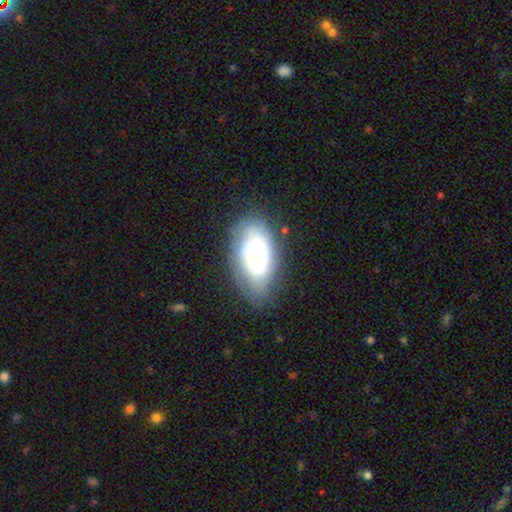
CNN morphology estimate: smooth_or_featured: smooth (p=0.51) [alt: featured or disk p=0.40]
how_rounded: in between (p=0.92) [alt: round p=0.05]
merging: none (p=0.54) [alt: minor disturbance p=0.27]